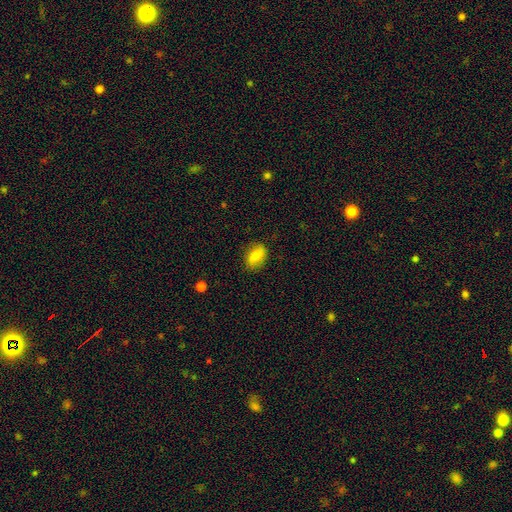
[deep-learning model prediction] Smooth or featured? smooth (77%)
How rounded? in between (83%)
Merging? none (81%)